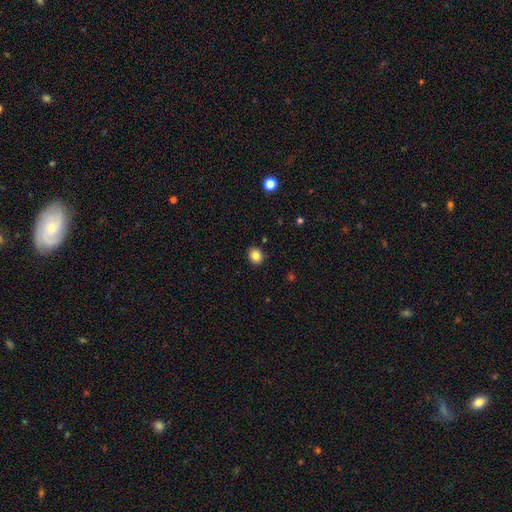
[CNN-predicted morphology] Q: Smooth or featured?
A: smooth (84%); runner-up: star or artifact (10%)
Q: How rounded?
A: round (68%); runner-up: in between (31%)
Q: Merging?
A: none (90%); runner-up: minor disturbance (7%)